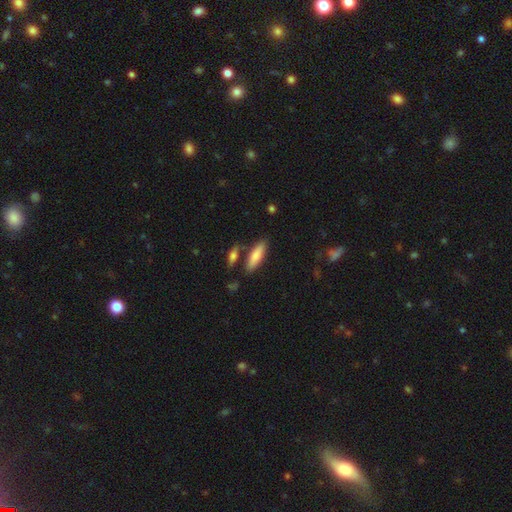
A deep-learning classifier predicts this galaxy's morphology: A smooth galaxy with no disk features (81%) that is cigar-shaped (51%). Merging: none (75%).